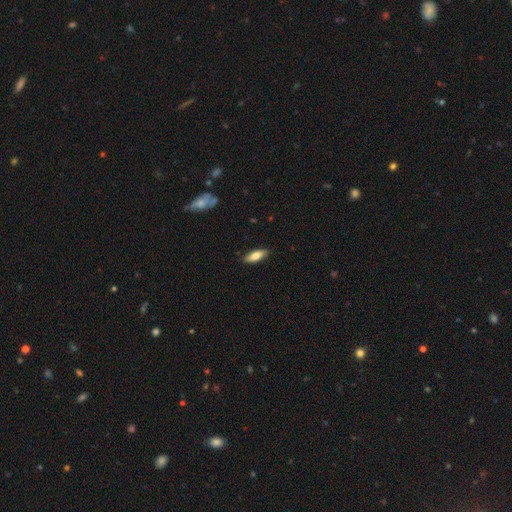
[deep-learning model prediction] smooth-or-featured: smooth: 76% | featured or disk: 18% | star or artifact: 6%
  how-rounded: in between: 66% | cigar-shaped: 31% | round: 2%
  merging: none: 85% | minor disturbance: 12% | major disturbance: 2% | merger: 1%